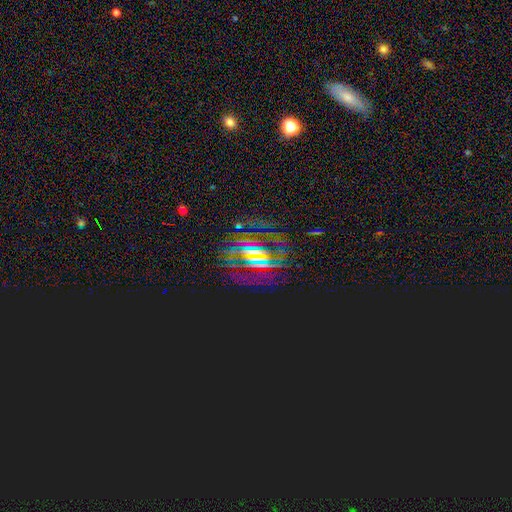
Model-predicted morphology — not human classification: This appears to be a star or artifact, not a galaxy (56%).